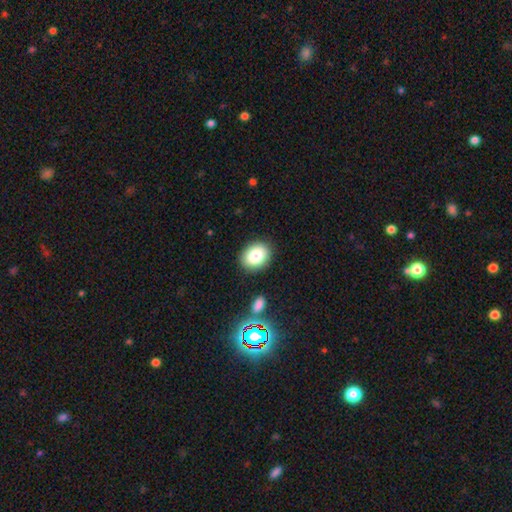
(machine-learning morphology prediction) smooth_or_featured: smooth (p=0.82) [alt: star or artifact p=0.09]
how_rounded: in between (p=0.57) [alt: round p=0.42]
merging: none (p=0.87) [alt: minor disturbance p=0.08]